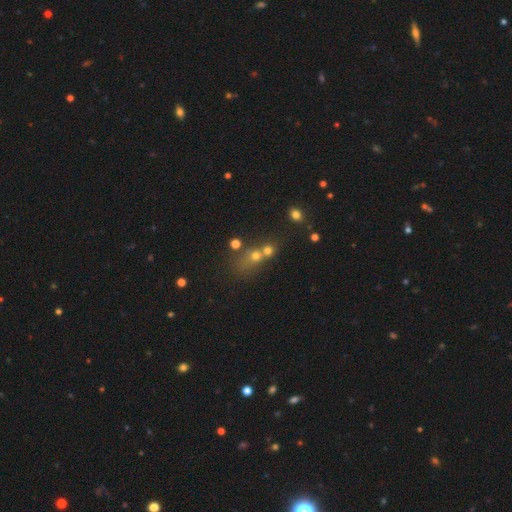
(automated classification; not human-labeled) smooth 46%, star or artifact 35%, featured or disk 19%. Down the decision tree: merging — merger (51%).